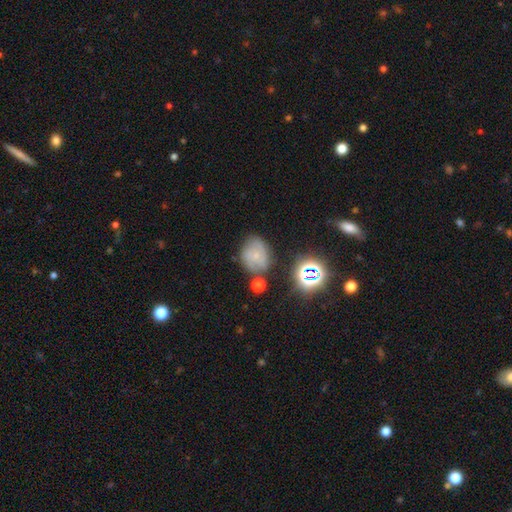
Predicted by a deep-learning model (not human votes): This appears to be a smooth galaxy with no disk features (45%). Merging: none (63%).